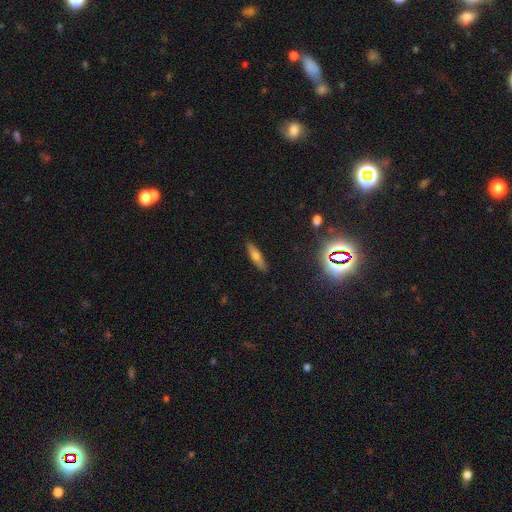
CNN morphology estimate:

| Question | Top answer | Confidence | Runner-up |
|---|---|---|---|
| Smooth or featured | smooth | 59% | featured or disk (29%) |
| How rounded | cigar-shaped | 68% | in between (30%) |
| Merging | none | 88% | minor disturbance (9%) |